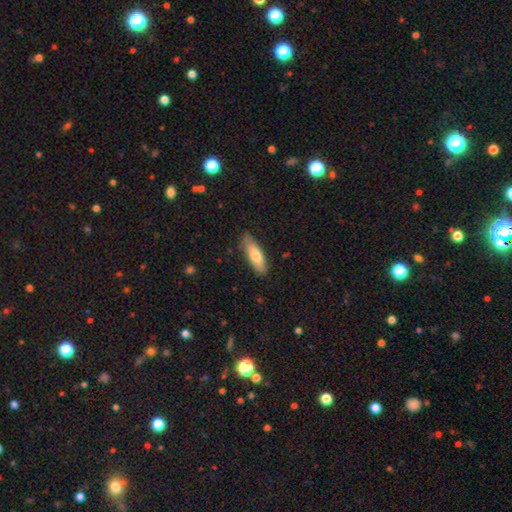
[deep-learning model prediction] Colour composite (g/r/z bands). It shows a smooth galaxy with no disk features (72%) that is in between round and cigar-shaped (55%). Merging: none (75%).